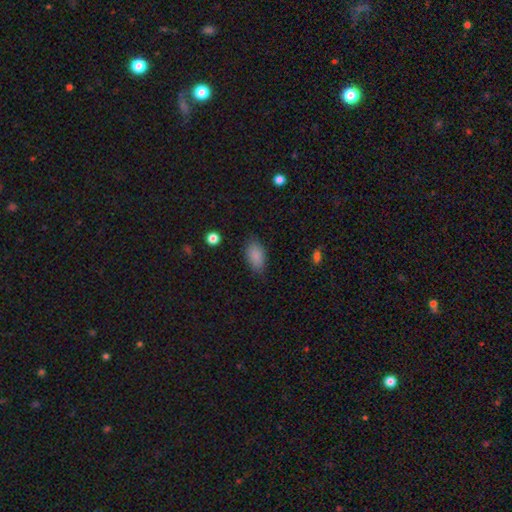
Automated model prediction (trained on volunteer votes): Overall: smooth (87%). How rounded: in between (92%). Merging: none (79%).